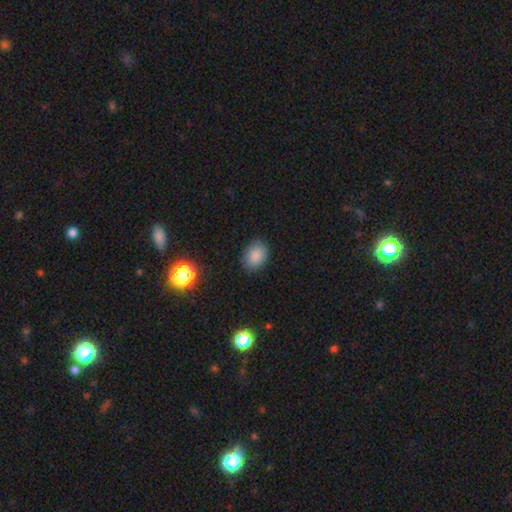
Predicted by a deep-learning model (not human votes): The model was most divided on "how rounded": in between: 75%, round: 24%, cigar-shaped: 1%. More confident: smooth or featured — smooth (86%); merging — none (85%).